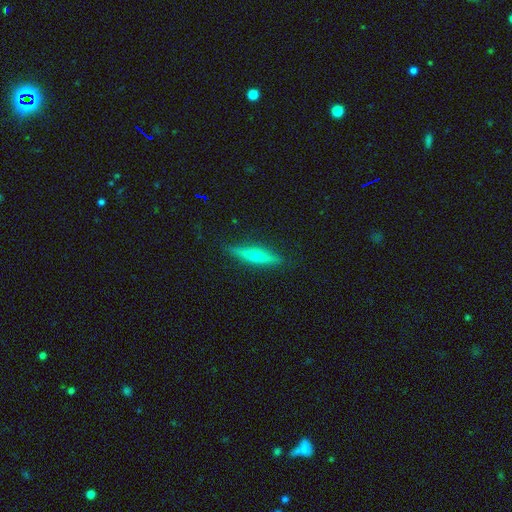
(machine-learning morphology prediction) Overall: featured or disk (63%; smooth 29%). Edge-on disk: yes (95%). Edge-on bulge: rounded (84%). Merging: none (88%).